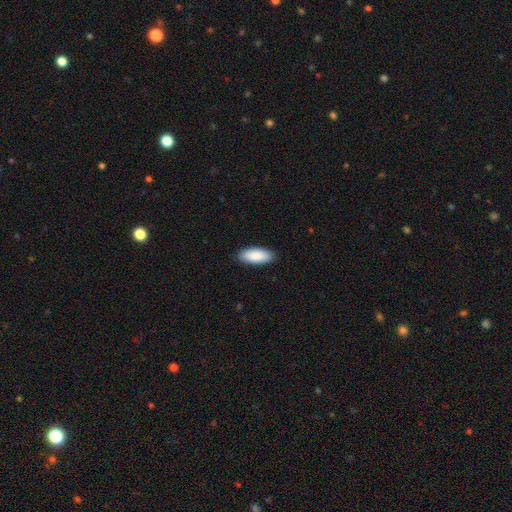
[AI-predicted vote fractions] Smooth or featured? Predicted: smooth (p=0.89). How rounded? Predicted: in between (p=0.81). Merging? Predicted: none (p=0.89).